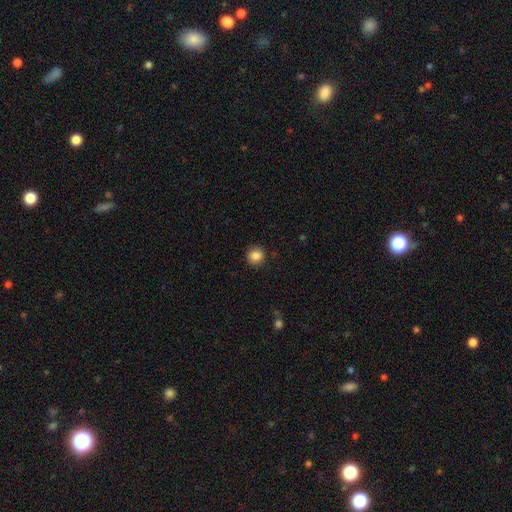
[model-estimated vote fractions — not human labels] A smooth galaxy with no disk features (86%) that is round (91%). Merging: none (90%).